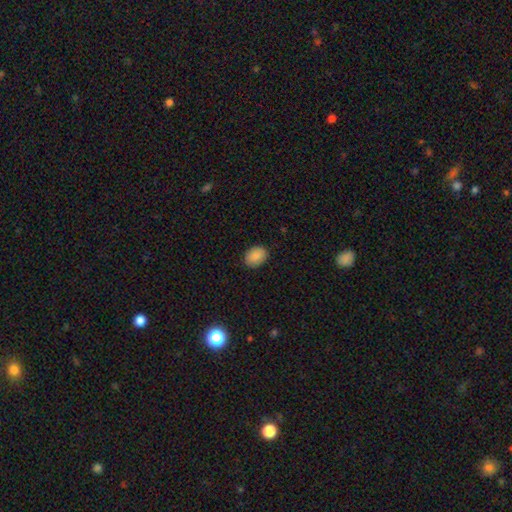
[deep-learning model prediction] A smooth galaxy with no disk features (88%) that is in between round and cigar-shaped (65%). Merging: none (87%).